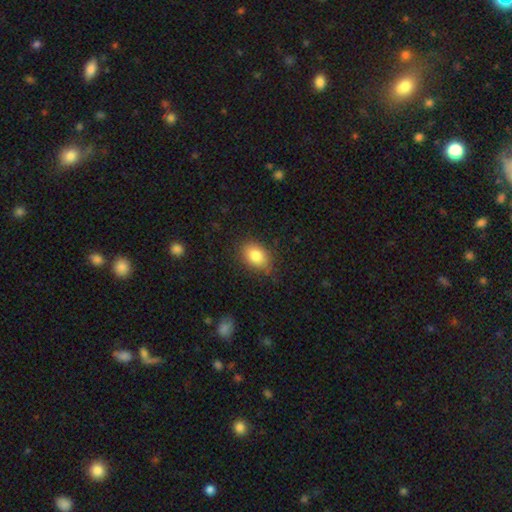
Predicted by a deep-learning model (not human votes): The model was most divided on "how rounded": in between: 79%, round: 19%, cigar-shaped: 1%. More confident: smooth or featured — smooth (83%); merging — none (79%).